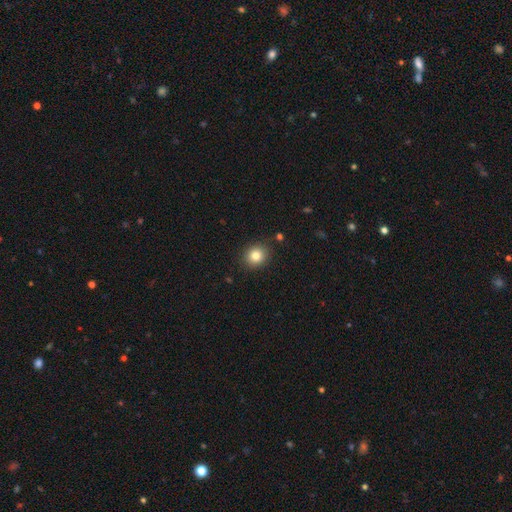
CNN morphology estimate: This is clearly a smooth galaxy (82%). How rounded: likely round (77%). Merging: clearly none (88%).